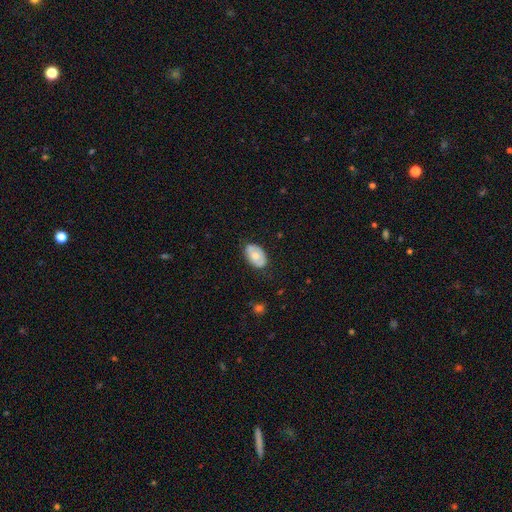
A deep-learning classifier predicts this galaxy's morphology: This appears to be a smooth galaxy with no disk features (64%) that is in between round and cigar-shaped (91%). Merging: none (77%).